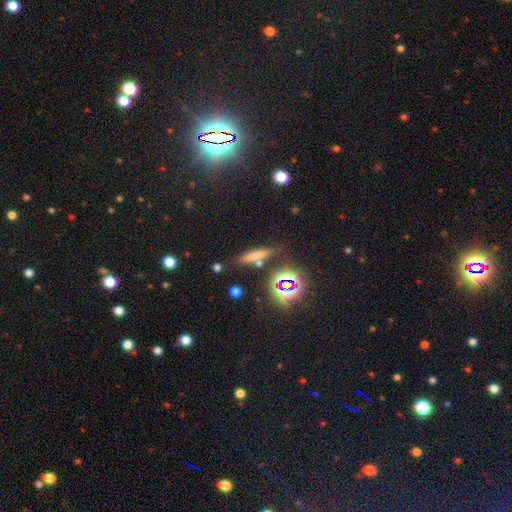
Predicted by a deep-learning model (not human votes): The model was most divided on "smooth or featured": smooth: 61%, star or artifact: 24%, featured or disk: 15%. More confident: how rounded — cigar-shaped (77%); merging — none (73%).